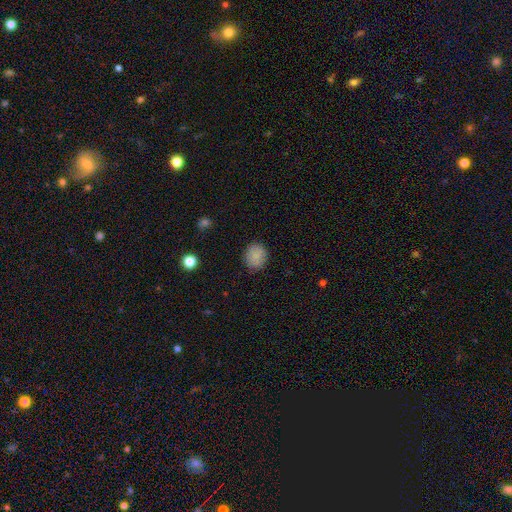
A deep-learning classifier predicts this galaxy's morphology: The model was most divided on "how rounded": round: 75%, in between: 24%, cigar-shaped: 1%. More confident: merging — none (86%); smooth or featured — smooth (86%).